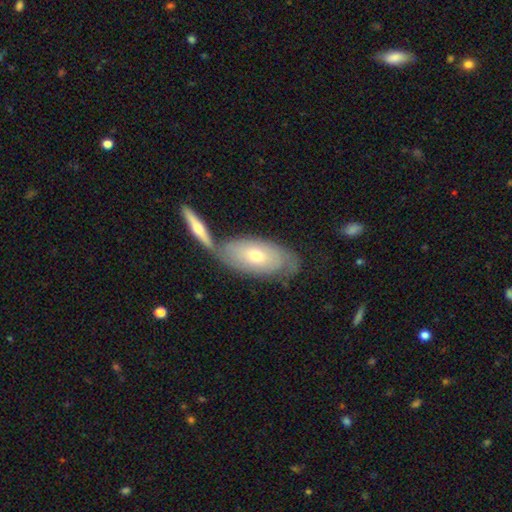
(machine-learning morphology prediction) smooth-or-featured: featured or disk: 58% | smooth: 36% | star or artifact: 7%
  disk-edge-on: no: 83% | yes: 17%
  merging: none: 53% | merger: 26% | minor disturbance: 16% | major disturbance: 6%